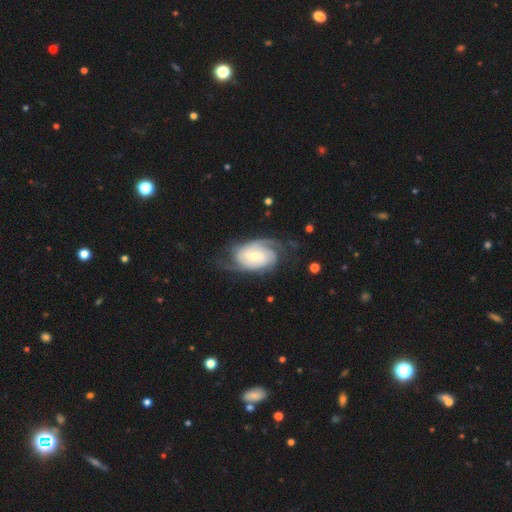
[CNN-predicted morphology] smooth-or-featured: featured or disk: 87% | smooth: 8% | star or artifact: 4%
  disk-edge-on: no: 97% | yes: 3%
    bar: no: 56% | weak: 34% | strong: 10%
    has-spiral-arms: yes: 97% | no: 3%
      spiral-winding: tight: 60% | medium: 31% | loose: 8%
      spiral-arm-count: 2: 46% | 3: 20% | can't tell: 18% | 4: 7% | 1: 4% | more than 4: 4%
    bulge-size: small: 48% | moderate: 44% | large: 5% | none: 2% | dominant: 1%
  merging: none: 68% | minor disturbance: 19% | major disturbance: 12% | merger: 2%